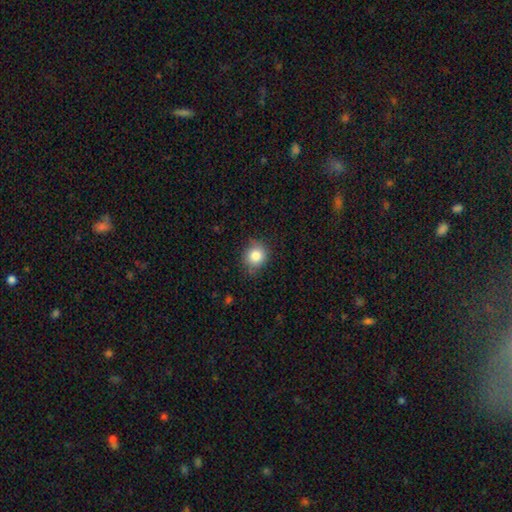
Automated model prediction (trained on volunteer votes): A smooth galaxy with no disk features (83%) that is round (82%).

Vote fractions:
- Smooth or featured? smooth: 83% / star or artifact: 10% / featured or disk: 7%
- How rounded? round: 82% / in between: 18% / cigar-shaped: 1%
- Merging? none: 79% / minor disturbance: 17% / major disturbance: 3% / merger: 1%